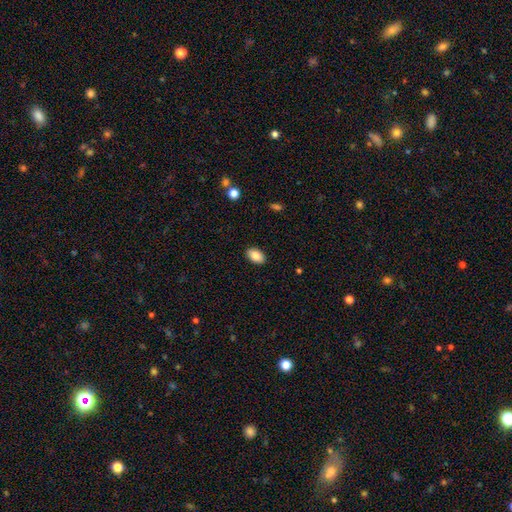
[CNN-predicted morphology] Smooth or featured? Predicted: smooth (p=0.87). How rounded? Predicted: in between (p=0.92). Merging? Predicted: none (p=0.89).